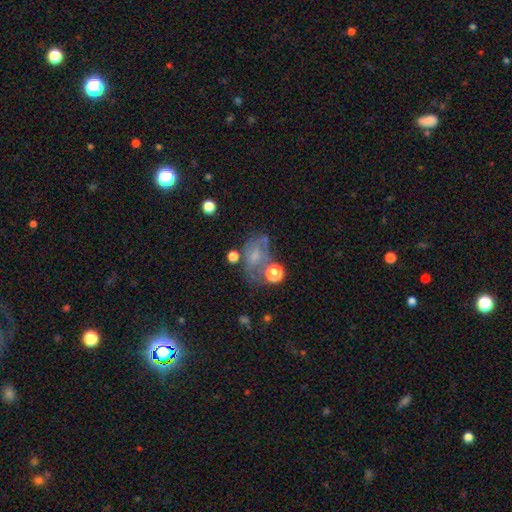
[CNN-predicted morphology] This is marginally a smooth galaxy (40%). Merging: marginally none (37%).